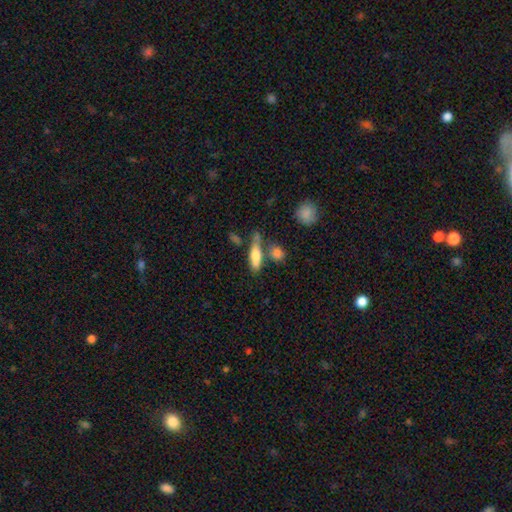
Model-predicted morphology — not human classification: Smooth or featured? smooth (69%)
How rounded? cigar-shaped (50%)
Merging? none (52%)